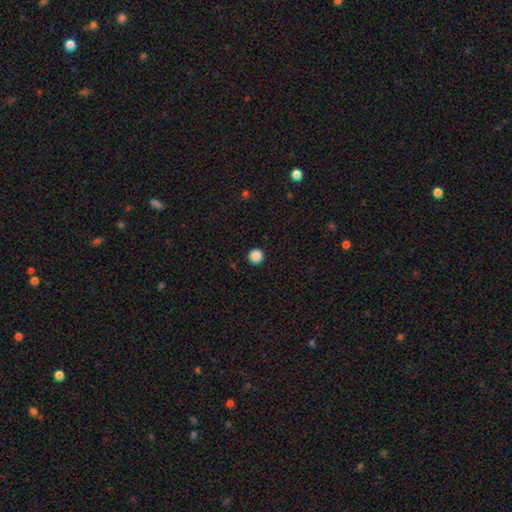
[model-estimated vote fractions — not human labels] A smooth galaxy with no disk features (88%) that is round (96%). Merging: none (93%).